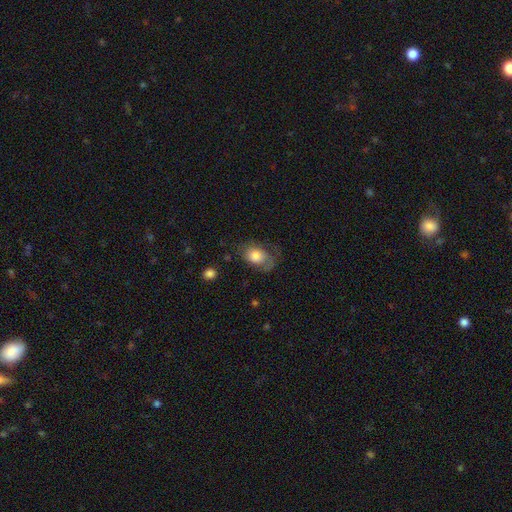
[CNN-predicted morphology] Smooth or featured?
  - smooth: 67% *
  - featured or disk: 25%
  - star or artifact: 8%
How rounded?
  - in between: 73% *
  - round: 26%
  - cigar-shaped: 1%
Merging?
  - none: 45% *
  - minor disturbance: 27%
  - major disturbance: 26%
  - merger: 2%